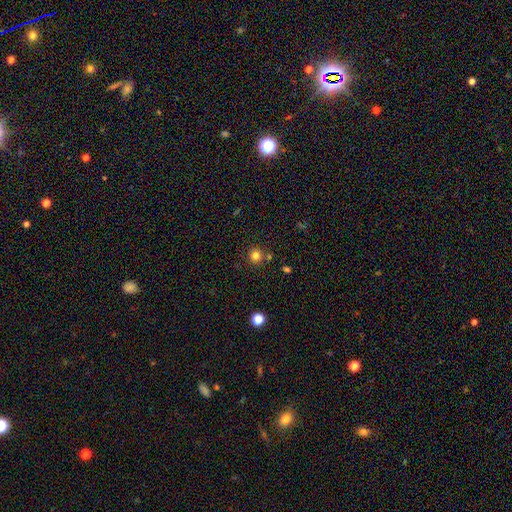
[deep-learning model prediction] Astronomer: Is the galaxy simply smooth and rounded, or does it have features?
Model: smooth — 81%.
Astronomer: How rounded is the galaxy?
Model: round — 93%.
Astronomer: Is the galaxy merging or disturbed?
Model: none — 82%.